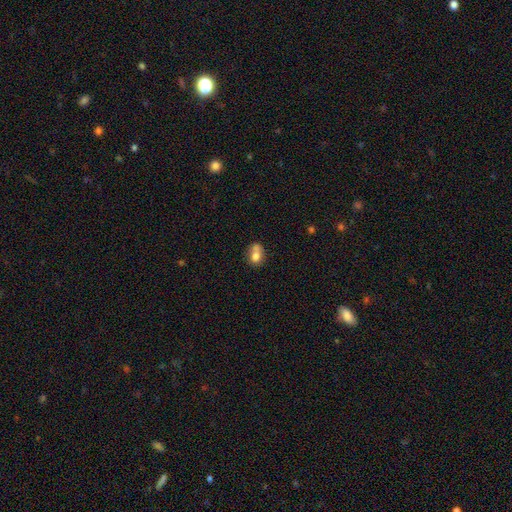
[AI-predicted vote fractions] smooth-or-featured: smooth: 72% | featured or disk: 18% | star or artifact: 10%
  how-rounded: round: 53% | in between: 46% | cigar-shaped: 1%
  merging: merger: 47% | none: 32% | minor disturbance: 14% | major disturbance: 7%